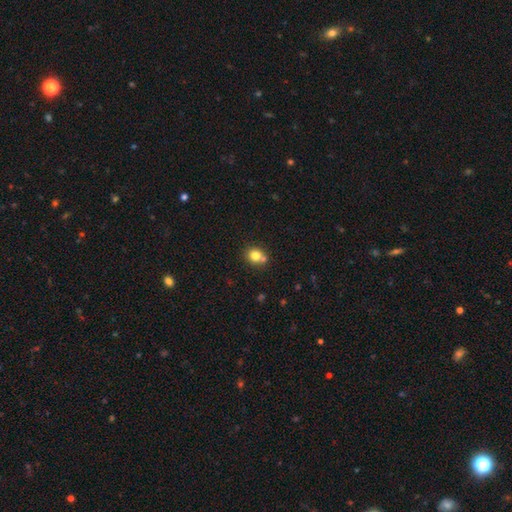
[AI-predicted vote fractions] smooth 78%, star or artifact 12%, featured or disk 10%. Down the decision tree: how rounded — round (77%); merging — none (61%).